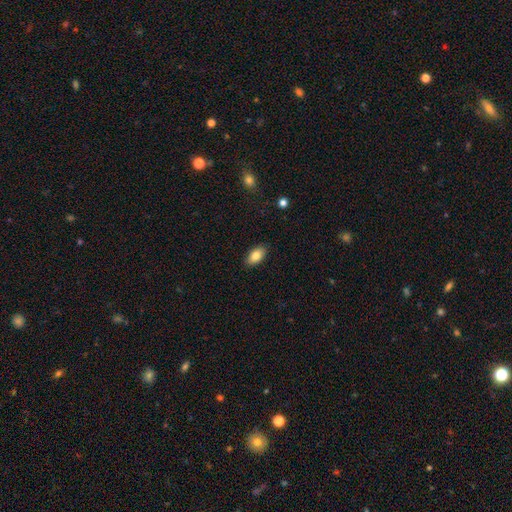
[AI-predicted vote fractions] A smooth galaxy with no disk features (82%) that is in between round and cigar-shaped (92%).

Vote fractions:
- Smooth or featured? smooth: 82% / featured or disk: 11% / star or artifact: 7%
- How rounded? in between: 92% / round: 4% / cigar-shaped: 3%
- Merging? none: 88% / minor disturbance: 9% / major disturbance: 2% / merger: 1%